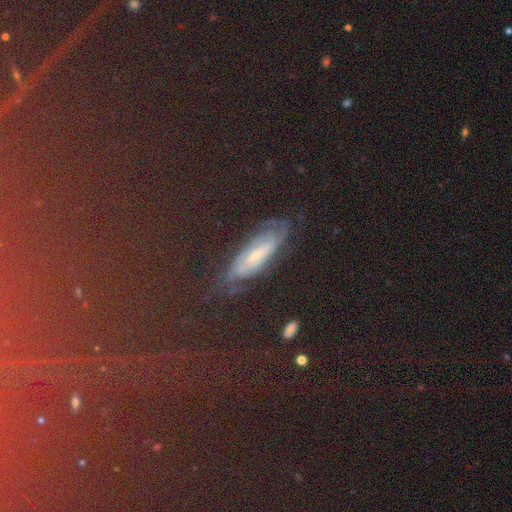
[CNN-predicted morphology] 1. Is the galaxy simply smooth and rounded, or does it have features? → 37% star or artifact, 34% featured or disk, 29% smooth.